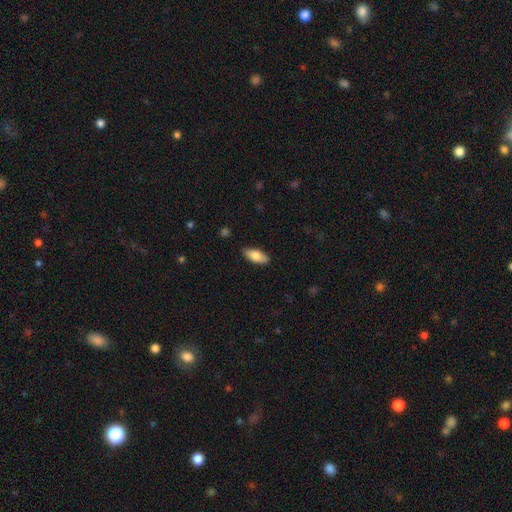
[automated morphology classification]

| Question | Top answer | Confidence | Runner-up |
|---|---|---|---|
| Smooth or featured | smooth | 79% | featured or disk (15%) |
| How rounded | in between | 83% | cigar-shaped (15%) |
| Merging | none | 86% | minor disturbance (11%) |